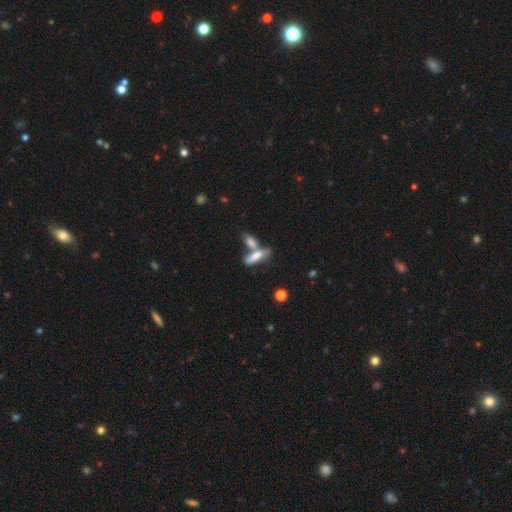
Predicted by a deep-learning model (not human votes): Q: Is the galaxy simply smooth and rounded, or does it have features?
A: smooth — 68%.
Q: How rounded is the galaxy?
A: in between — 49%.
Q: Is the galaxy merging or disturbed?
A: merger — 50%.